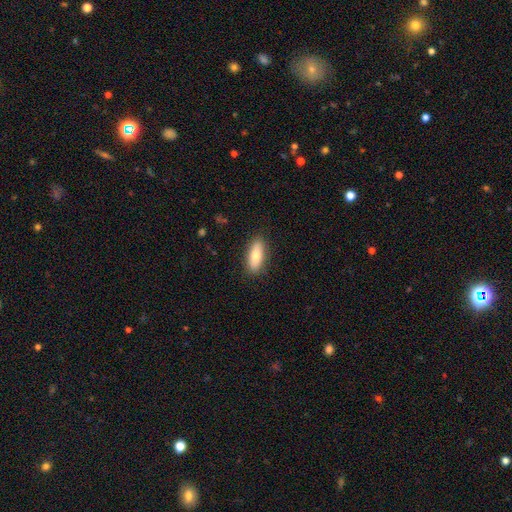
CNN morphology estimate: Q: Smooth or featured?
A: smooth (73%); runner-up: featured or disk (20%)
Q: How rounded?
A: in between (72%); runner-up: cigar-shaped (25%)
Q: Merging?
A: none (88%); runner-up: minor disturbance (9%)